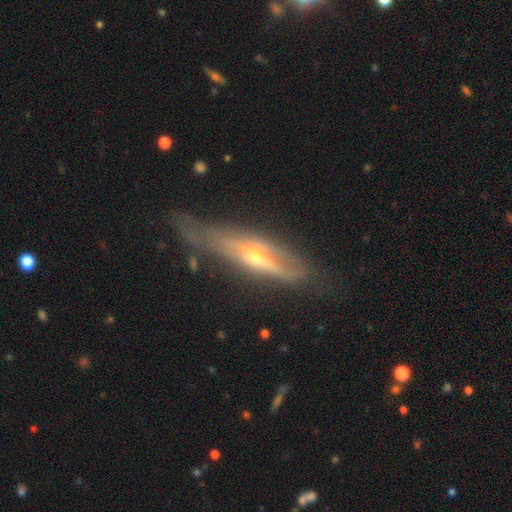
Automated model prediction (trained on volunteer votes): smooth_or_featured: featured or disk (p=0.74) [alt: smooth p=0.20]
disk_edge_on: yes (p=0.79) [alt: no p=0.21]
edge_on_bulge: rounded (p=0.83) [alt: none p=0.11]
merging: none (p=0.54) [alt: minor disturbance p=0.29]